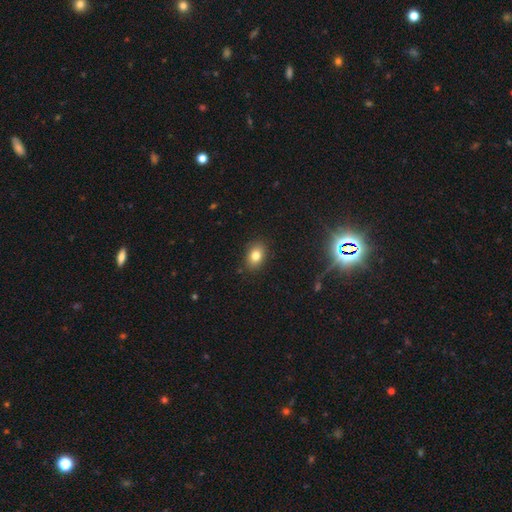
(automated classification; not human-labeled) This appears to be a smooth galaxy with no disk features (80%) that is in between round and cigar-shaped (74%). Merging: none (87%).